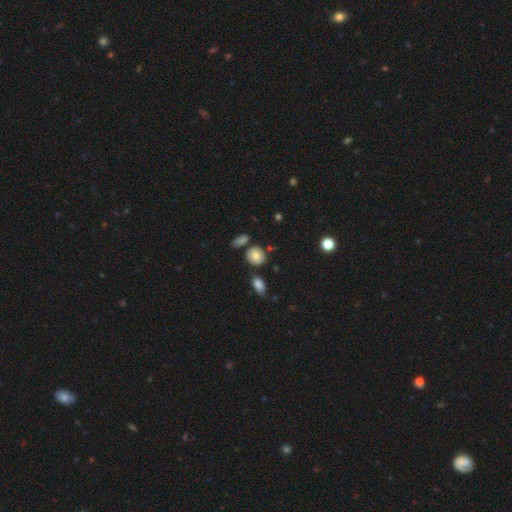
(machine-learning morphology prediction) A smooth galaxy with no disk features (77%) that is round (73%). Merging: none (76%).